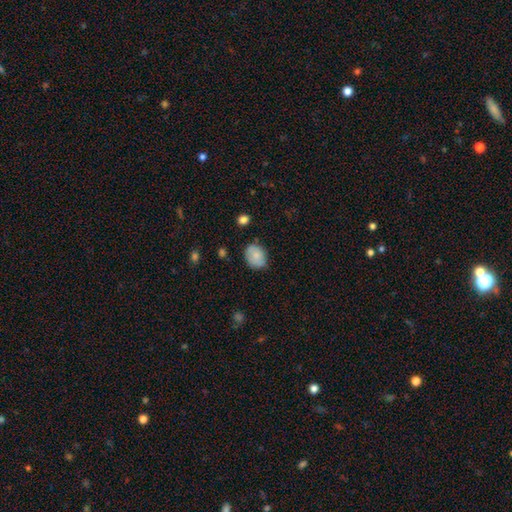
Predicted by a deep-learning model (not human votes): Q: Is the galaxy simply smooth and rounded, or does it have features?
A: smooth — 81%.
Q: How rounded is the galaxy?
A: in between — 63%.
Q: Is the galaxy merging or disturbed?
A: none — 71%.